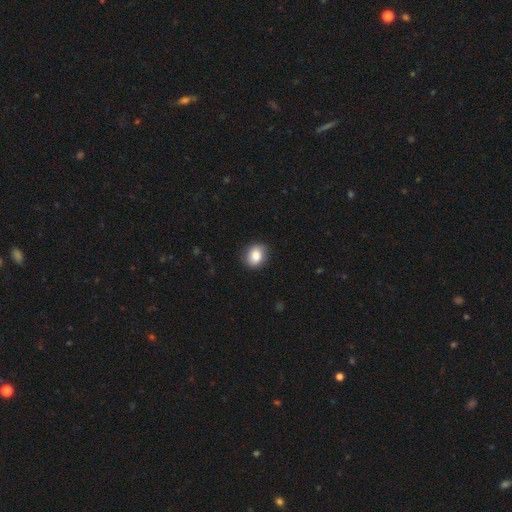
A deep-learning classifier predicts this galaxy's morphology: Q: Smooth or featured?
A: smooth (84%); runner-up: featured or disk (8%)
Q: How rounded?
A: round (54%); runner-up: in between (45%)
Q: Merging?
A: none (87%); runner-up: minor disturbance (10%)